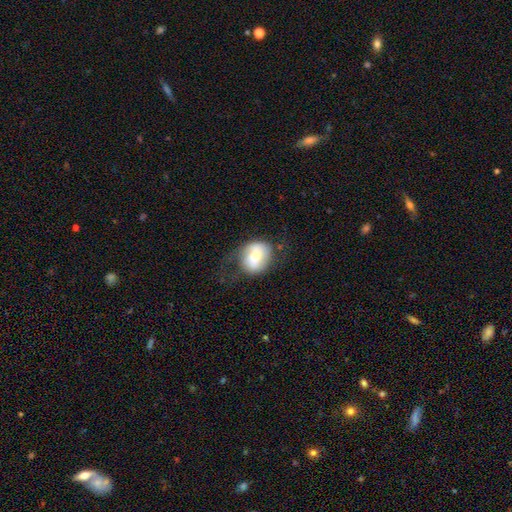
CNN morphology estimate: smooth_or_featured: smooth (p=0.52) [alt: featured or disk p=0.41]
how_rounded: round (p=0.50) [alt: in between p=0.48]
merging: none (p=0.51) [alt: minor disturbance p=0.27]